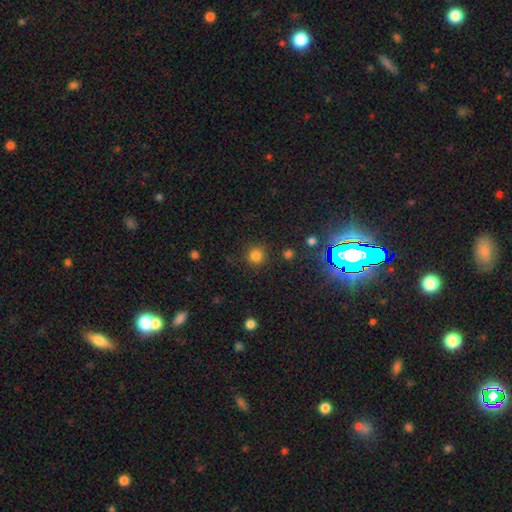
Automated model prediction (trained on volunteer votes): Overall: smooth (80%). How rounded: round (94%). Merging: none (86%).